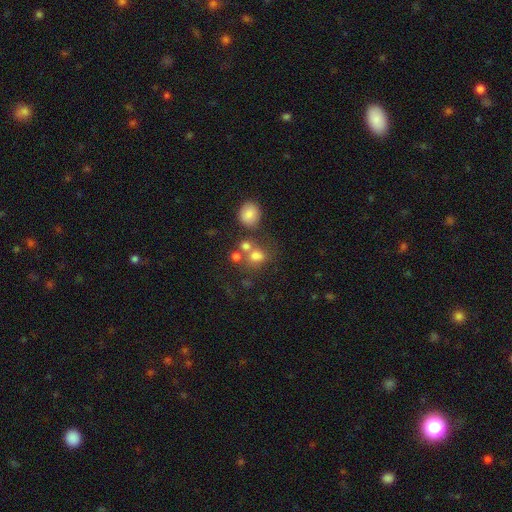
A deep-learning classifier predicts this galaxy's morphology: Q: Smooth or featured?
A: smooth (71%); runner-up: star or artifact (16%)
Q: How rounded?
A: round (63%); runner-up: in between (36%)
Q: Merging?
A: none (45%); runner-up: merger (34%)